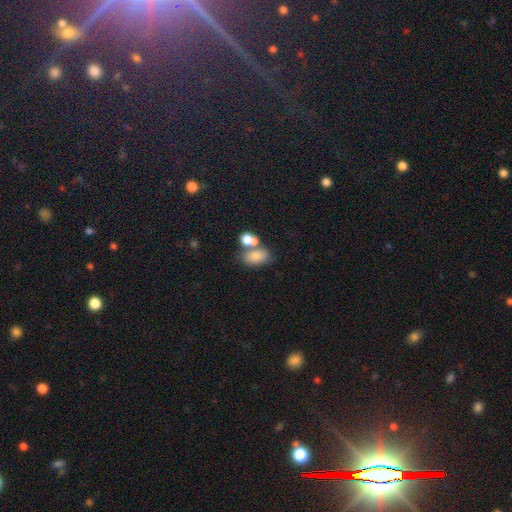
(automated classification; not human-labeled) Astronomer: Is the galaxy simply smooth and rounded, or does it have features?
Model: smooth — 79%.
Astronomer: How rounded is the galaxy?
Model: in between — 87%.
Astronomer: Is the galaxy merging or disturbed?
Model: merger — 47% (runner-up: none, 36%).